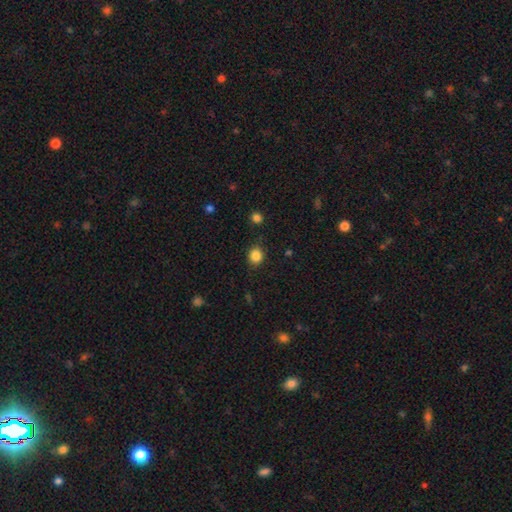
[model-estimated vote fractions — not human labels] A smooth galaxy with no disk features (85%) that is round (77%).

Vote fractions:
- Smooth or featured? smooth: 85% / star or artifact: 11% / featured or disk: 4%
- How rounded? round: 77% / in between: 22% / cigar-shaped: 1%
- Merging? none: 85% / minor disturbance: 10% / major disturbance: 3% / merger: 2%